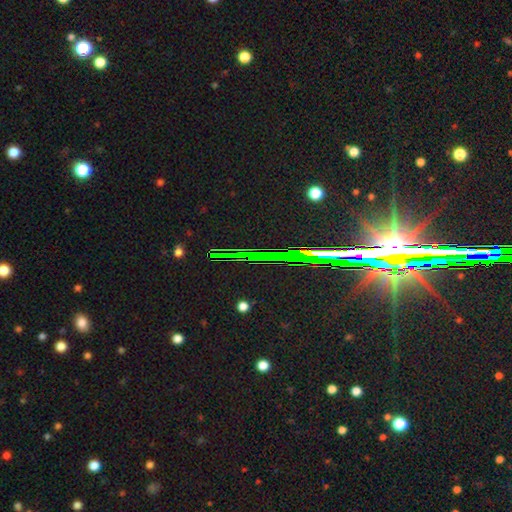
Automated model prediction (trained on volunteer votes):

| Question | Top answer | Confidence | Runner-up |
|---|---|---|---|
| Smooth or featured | star or artifact | 82% | featured or disk (11%) |